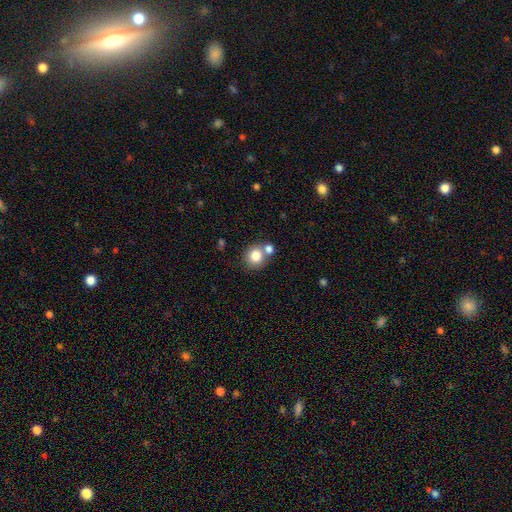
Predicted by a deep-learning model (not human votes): This appears to be a smooth galaxy with no disk features (82%) that is round (85%). Merging: none (58%).